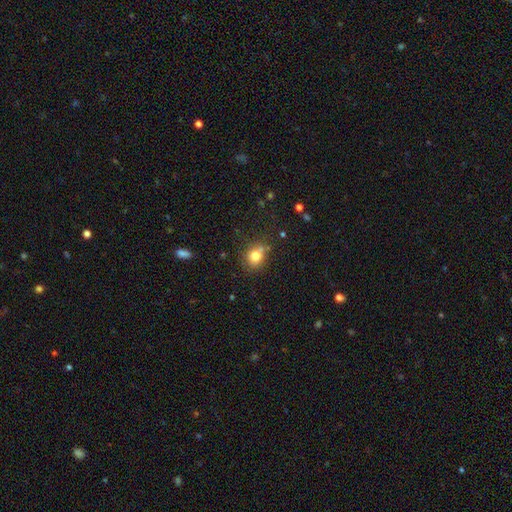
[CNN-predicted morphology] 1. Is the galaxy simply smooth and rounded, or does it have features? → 78% smooth, 12% star or artifact, 10% featured or disk.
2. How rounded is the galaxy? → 68% round, 31% in between, 1% cigar-shaped.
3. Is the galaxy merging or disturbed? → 65% none, 18% minor disturbance, 12% merger, 5% major disturbance.